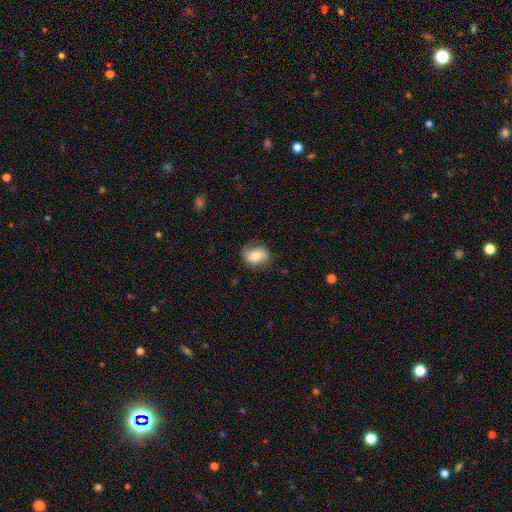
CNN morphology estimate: A smooth galaxy with no disk features (66%) that is in between round and cigar-shaped (65%).

Vote fractions:
- Smooth or featured? smooth: 66% / featured or disk: 26% / star or artifact: 8%
- How rounded? in between: 65% / round: 34% / cigar-shaped: 2%
- Merging? none: 72% / minor disturbance: 21% / major disturbance: 6% / merger: 1%